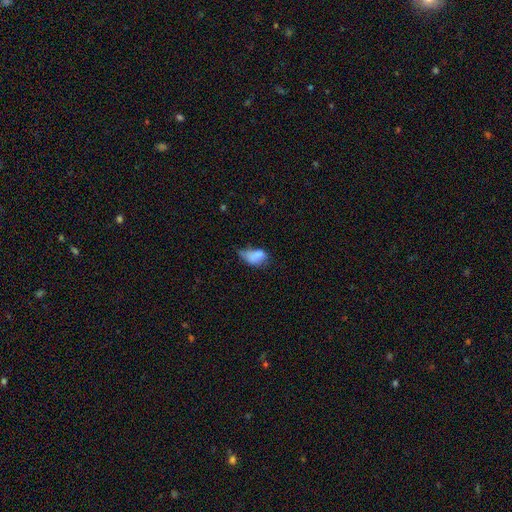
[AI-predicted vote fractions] The model was most divided on "merging": minor disturbance: 36%, major disturbance: 29%, none: 22%, merger: 12%. More confident: how rounded — in between (88%); smooth or featured — smooth (74%).